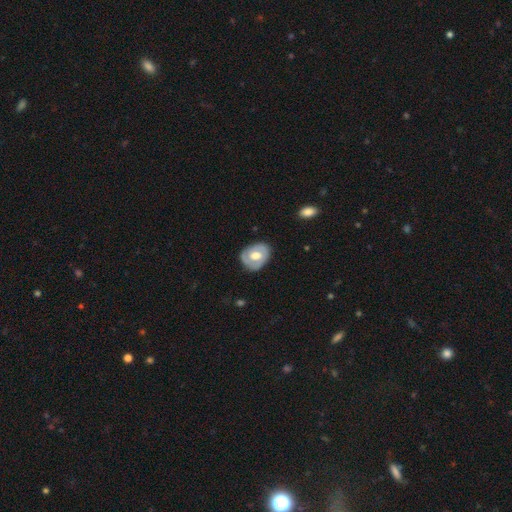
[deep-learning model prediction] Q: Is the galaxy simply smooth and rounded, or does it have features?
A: featured or disk — 55%.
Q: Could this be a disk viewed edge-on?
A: no — 95%.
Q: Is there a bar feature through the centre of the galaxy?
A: no — 60%.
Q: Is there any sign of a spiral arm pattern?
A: no — 52%.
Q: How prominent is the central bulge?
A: moderate — 60%.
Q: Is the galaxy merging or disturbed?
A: none — 76%.